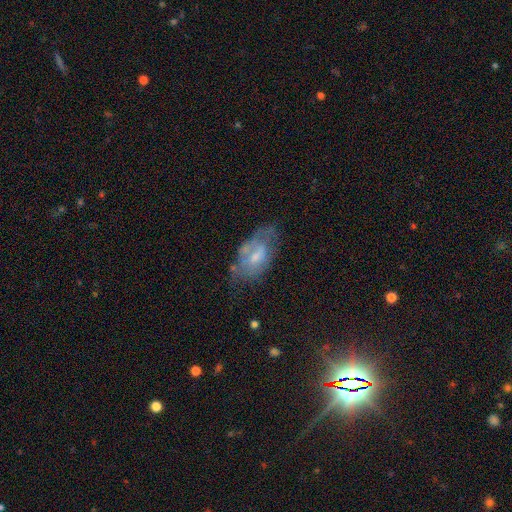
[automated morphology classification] featured or disk 49%, smooth 42%, star or artifact 9%. Down the decision tree: merging — none (43%).